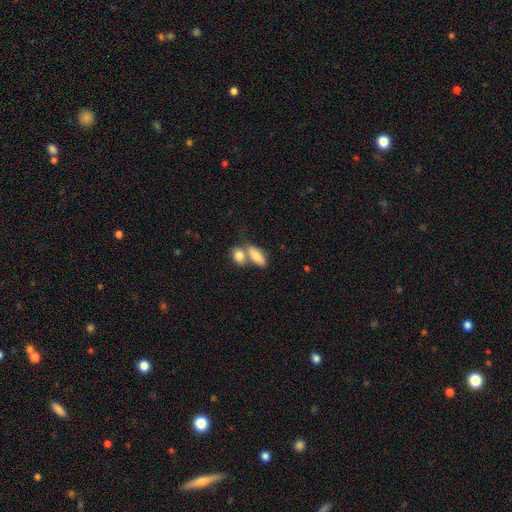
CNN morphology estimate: smooth_or_featured: smooth (p=0.82) [alt: featured or disk p=0.12]
how_rounded: in between (p=0.83) [alt: cigar-shaped p=0.12]
merging: merger (p=0.53) [alt: none p=0.34]